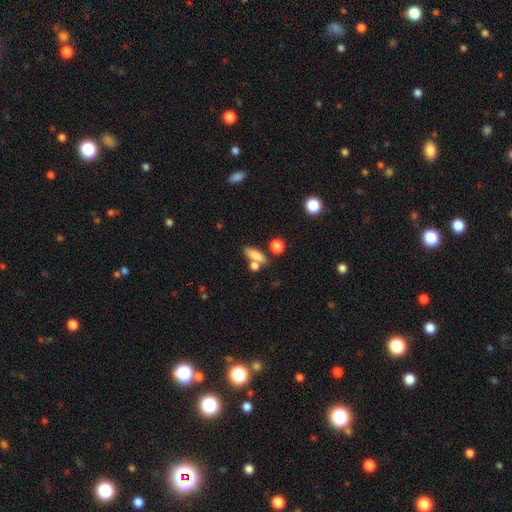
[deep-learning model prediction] Q: Smooth or featured?
A: smooth (78%); runner-up: featured or disk (12%)
Q: How rounded?
A: in between (51%); runner-up: cigar-shaped (39%)
Q: Merging?
A: none (59%); runner-up: merger (24%)